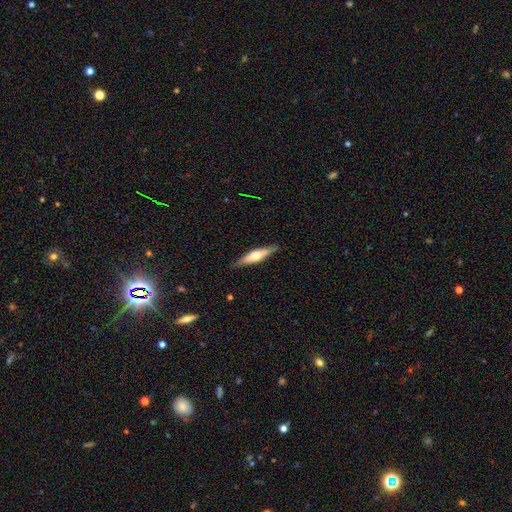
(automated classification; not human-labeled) Smooth or featured?
  - featured or disk: 56% *
  - smooth: 38%
  - star or artifact: 6%
Edge-on disk?
  - yes: 94% *
  - no: 6%
Edge-on bulge?
  - rounded: 88% *
  - boxy: 8%
  - none: 4%
Merging?
  - none: 86% *
  - minor disturbance: 10%
  - major disturbance: 2%
  - merger: 1%